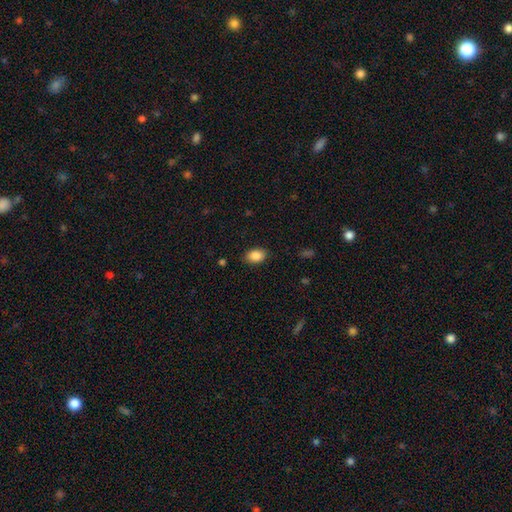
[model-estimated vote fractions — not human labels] smooth-or-featured: smooth: 88% | star or artifact: 8% | featured or disk: 4%
  how-rounded: in between: 84% | round: 15% | cigar-shaped: 1%
  merging: none: 86% | minor disturbance: 10% | major disturbance: 3% | merger: 1%